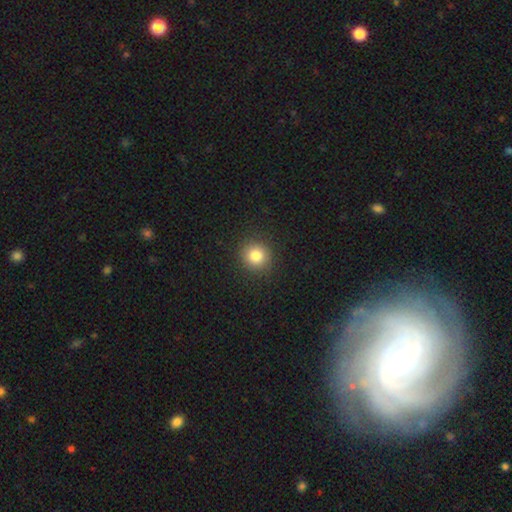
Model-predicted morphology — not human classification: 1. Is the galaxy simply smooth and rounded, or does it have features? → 83% smooth, 11% star or artifact, 6% featured or disk.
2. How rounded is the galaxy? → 91% round, 8% in between, 1% cigar-shaped.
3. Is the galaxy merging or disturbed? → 90% none, 6% minor disturbance, 2% major disturbance, 1% merger.